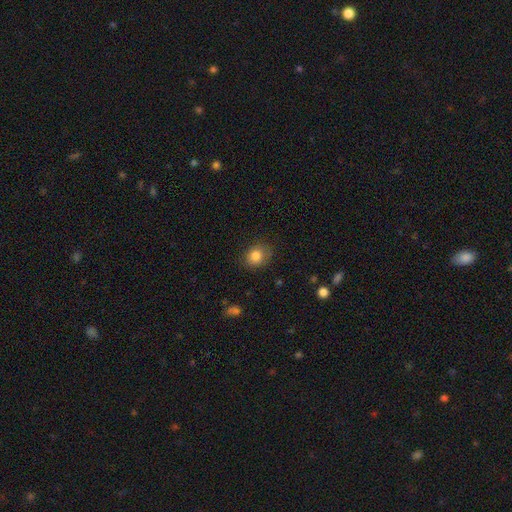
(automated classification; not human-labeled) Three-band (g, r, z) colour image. It shows a smooth galaxy with no disk features (84%) that is round (65%). Merging: none (78%).